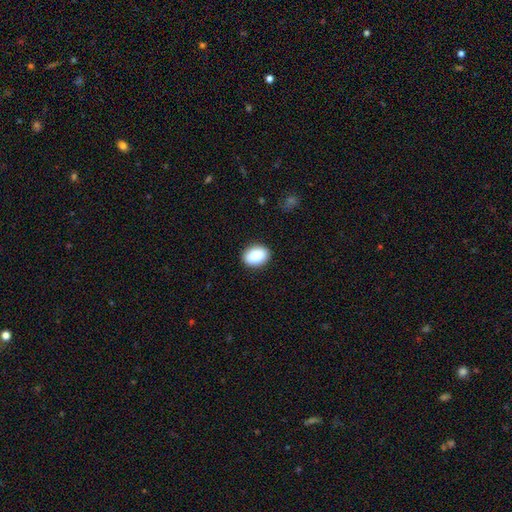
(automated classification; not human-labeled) A smooth galaxy with no disk features (89%) that is in between round and cigar-shaped (79%).

Vote fractions:
- Smooth or featured? smooth: 89% / star or artifact: 7% / featured or disk: 4%
- How rounded? in between: 79% / round: 20% / cigar-shaped: 1%
- Merging? none: 89% / minor disturbance: 8% / major disturbance: 2% / merger: 1%